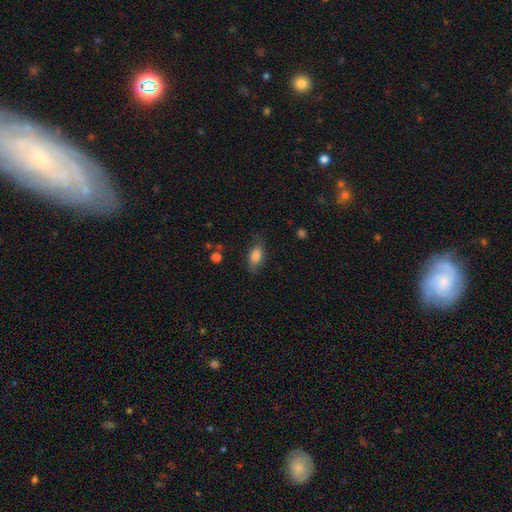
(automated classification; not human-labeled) Morphology: type=smooth (80%); roundness=in between (87%); merging=none (70%).